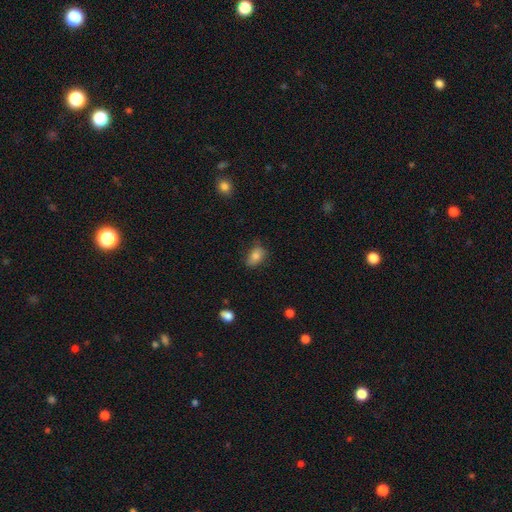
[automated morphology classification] The model was most divided on "merging": none: 67%, minor disturbance: 26%, major disturbance: 5%, merger: 2%. More confident: how rounded — in between (85%); smooth or featured — smooth (81%).